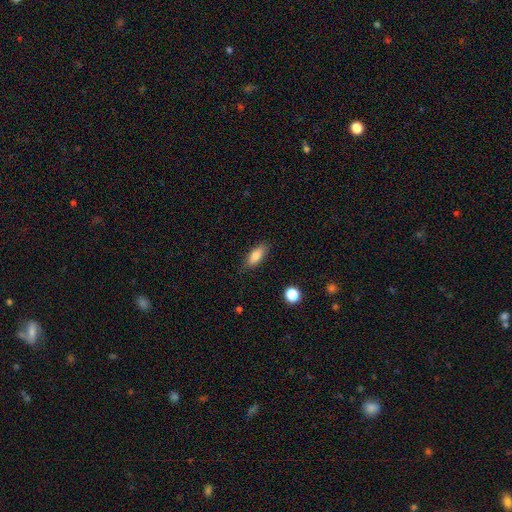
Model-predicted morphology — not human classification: smooth_or_featured: smooth (p=0.83) [alt: featured or disk p=0.10]
how_rounded: in between (p=0.75) [alt: cigar-shaped p=0.22]
merging: none (p=0.83) [alt: minor disturbance p=0.13]